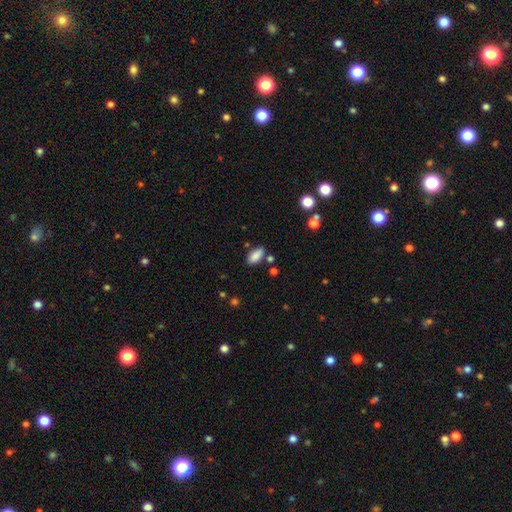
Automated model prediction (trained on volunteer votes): This appears to be a smooth galaxy with no disk features (87%) that is in between round and cigar-shaped (89%). Merging: none (79%).